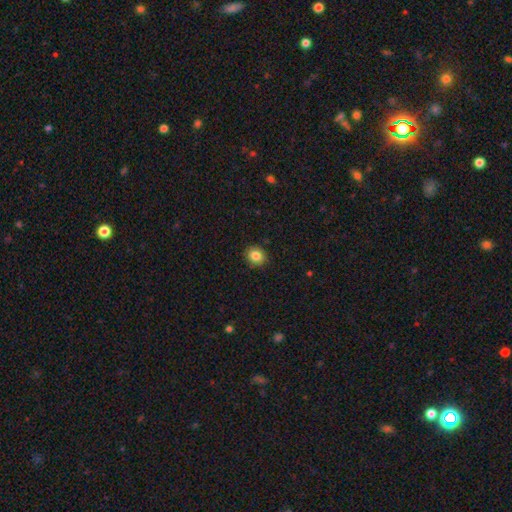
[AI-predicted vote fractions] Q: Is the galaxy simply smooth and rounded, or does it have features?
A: smooth — 84%.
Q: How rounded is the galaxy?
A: round — 83%.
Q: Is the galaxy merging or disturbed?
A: none — 90%.